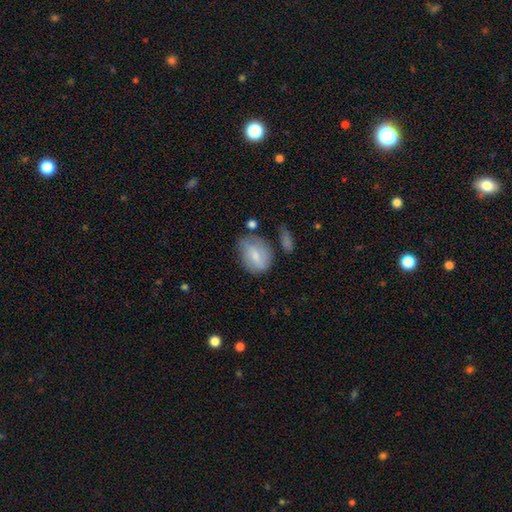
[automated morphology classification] Smooth or featured? Predicted: smooth (p=0.68). How rounded? Predicted: in between (p=0.66). Merging? Predicted: none (p=0.55).